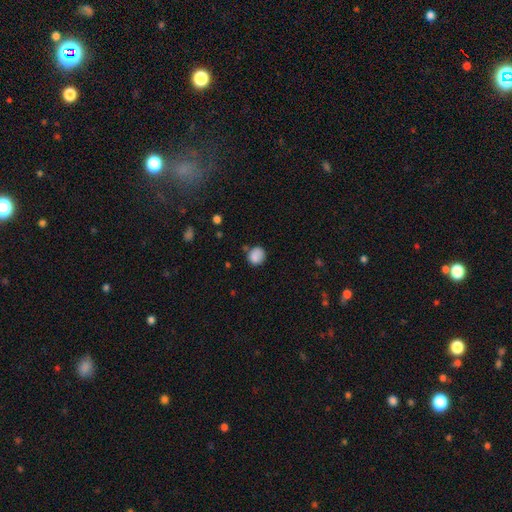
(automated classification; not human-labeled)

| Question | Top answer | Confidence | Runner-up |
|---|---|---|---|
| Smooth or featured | smooth | 85% | star or artifact (9%) |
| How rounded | round | 79% | in between (20%) |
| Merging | none | 70% | minor disturbance (21%) |